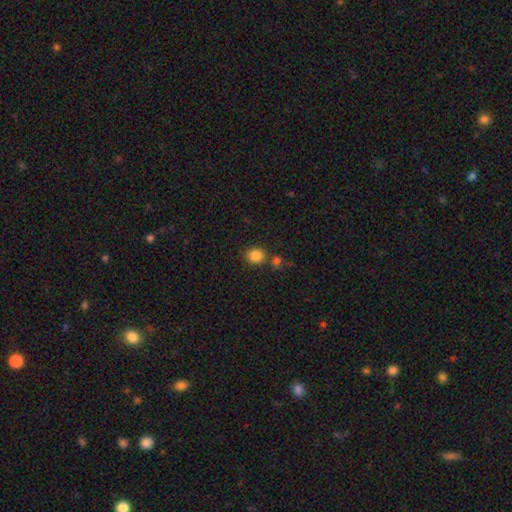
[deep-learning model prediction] Smooth or featured? smooth (85%)
How rounded? round (77%)
Merging? none (77%)